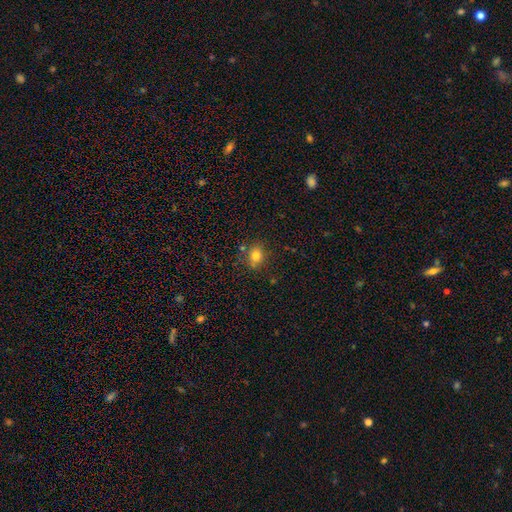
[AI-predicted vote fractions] A smooth galaxy with no disk features (79%) that is in between round and cigar-shaped (55%). Merging: none (78%).